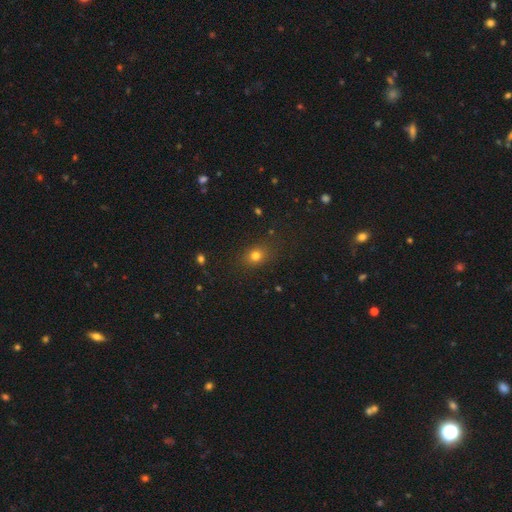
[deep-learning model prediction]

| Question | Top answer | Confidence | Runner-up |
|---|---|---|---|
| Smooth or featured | smooth | 77% | star or artifact (16%) |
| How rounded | round | 55% | in between (44%) |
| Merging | none | 83% | minor disturbance (12%) |